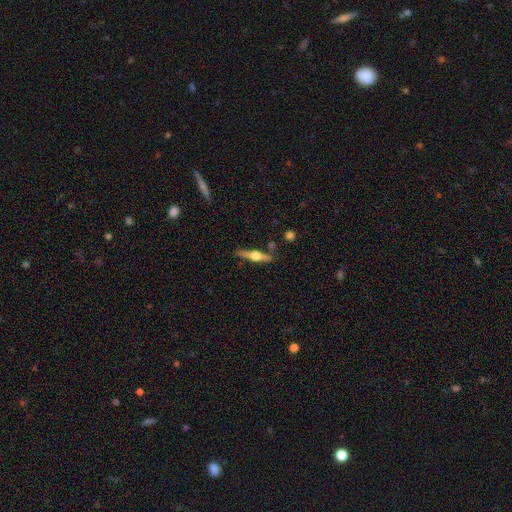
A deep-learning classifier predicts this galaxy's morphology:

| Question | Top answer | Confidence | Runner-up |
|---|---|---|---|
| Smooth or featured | featured or disk | 72% | smooth (22%) |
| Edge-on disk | yes | 97% | no (3%) |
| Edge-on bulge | rounded | 95% | boxy (3%) |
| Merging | none | 83% | minor disturbance (11%) |